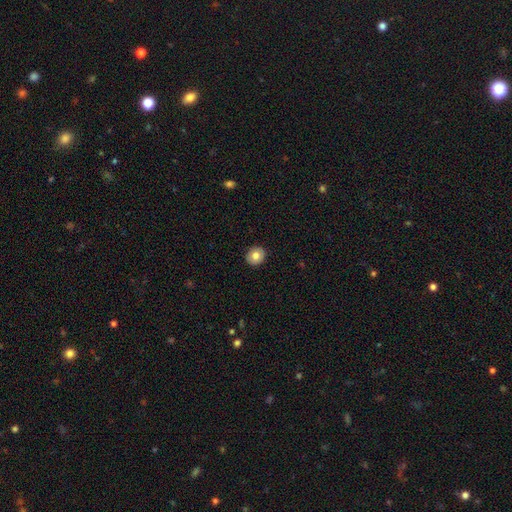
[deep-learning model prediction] This appears to be a smooth galaxy with no disk features (81%) that is round (79%). Merging: none (92%).